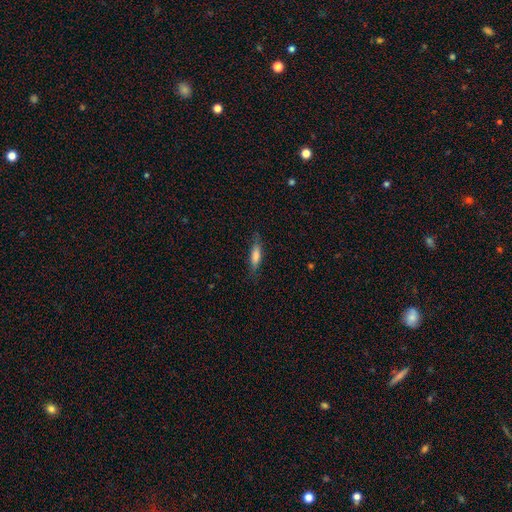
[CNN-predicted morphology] Smooth or featured? smooth (63%)
How rounded? cigar-shaped (71%)
Merging? none (77%)